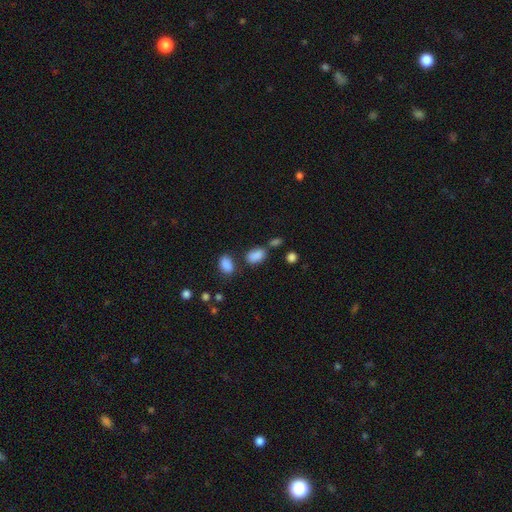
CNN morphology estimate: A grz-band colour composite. It shows a smooth galaxy with no disk features (85%) that is in between round and cigar-shaped (90%). Merging: none (63%).